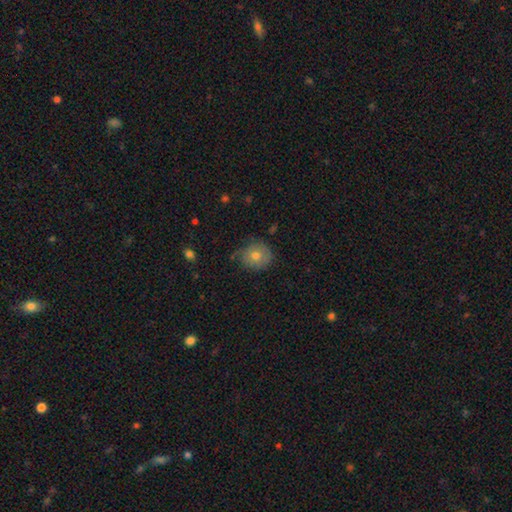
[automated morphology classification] This is likely a smooth galaxy (67%). How rounded: clearly round (85%). Merging: likely none (74%).